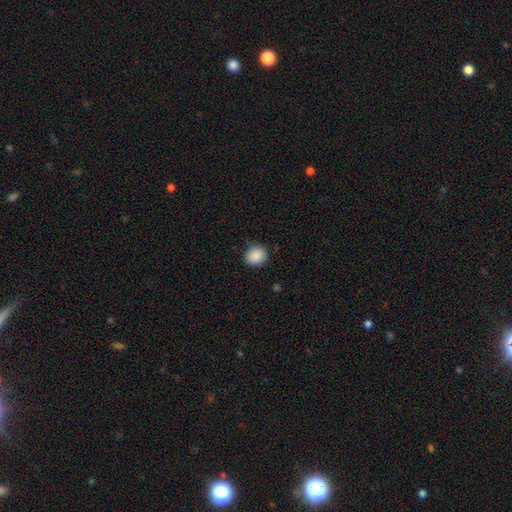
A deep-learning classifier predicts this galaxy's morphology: This appears to be a smooth galaxy with no disk features (89%) that is round (80%). Merging: none (85%).